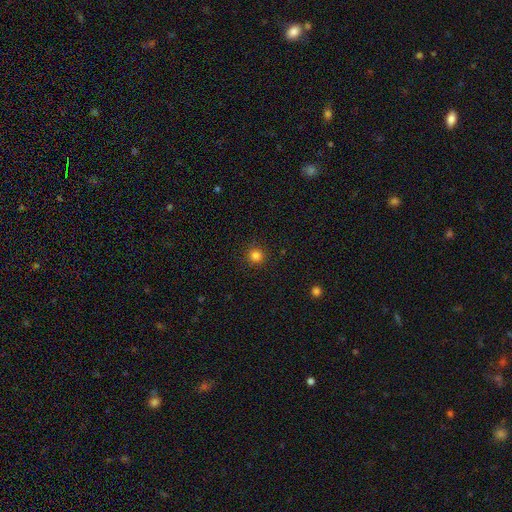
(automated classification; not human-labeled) This is clearly a smooth galaxy (83%). How rounded: clearly round (94%). Merging: clearly none (91%).